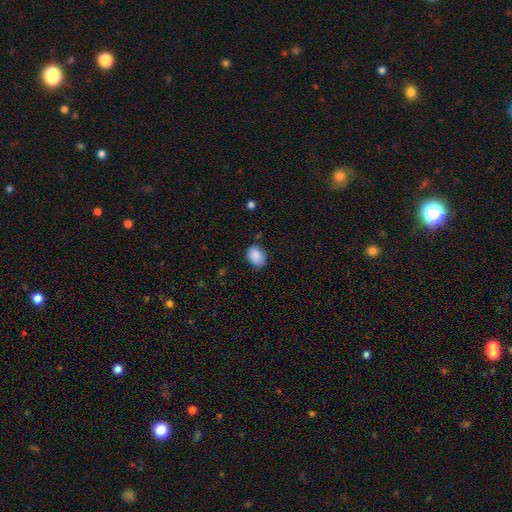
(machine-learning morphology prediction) smooth_or_featured: smooth (p=0.89) [alt: star or artifact p=0.08]
how_rounded: in between (p=0.65) [alt: round p=0.34]
merging: none (p=0.77) [alt: minor disturbance p=0.18]